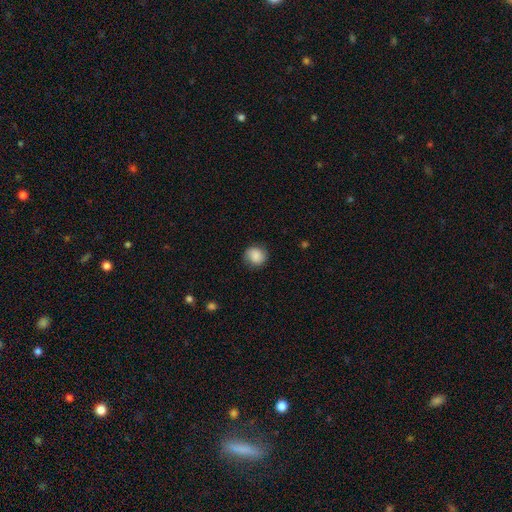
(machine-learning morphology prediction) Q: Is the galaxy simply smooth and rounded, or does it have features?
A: smooth — 86%.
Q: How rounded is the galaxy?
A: round — 85%.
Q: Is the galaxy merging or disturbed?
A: none — 84%.